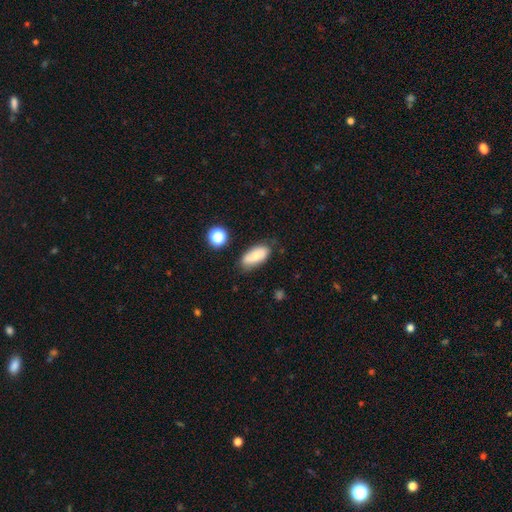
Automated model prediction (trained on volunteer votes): smooth_or_featured: smooth (p=0.70) [alt: featured or disk p=0.22]
how_rounded: in between (p=0.89) [alt: cigar-shaped p=0.07]
merging: none (p=0.71) [alt: minor disturbance p=0.21]